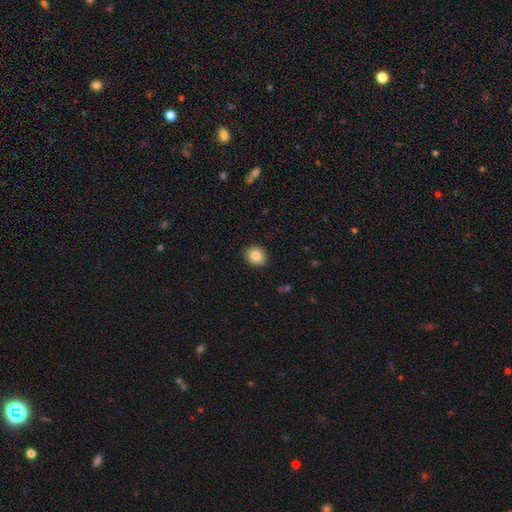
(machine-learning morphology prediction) Smooth or featured?
  - smooth: 83% *
  - star or artifact: 9%
  - featured or disk: 7%
How rounded?
  - round: 73% *
  - in between: 26%
  - cigar-shaped: 1%
Merging?
  - none: 88% *
  - minor disturbance: 9%
  - major disturbance: 2%
  - merger: 1%